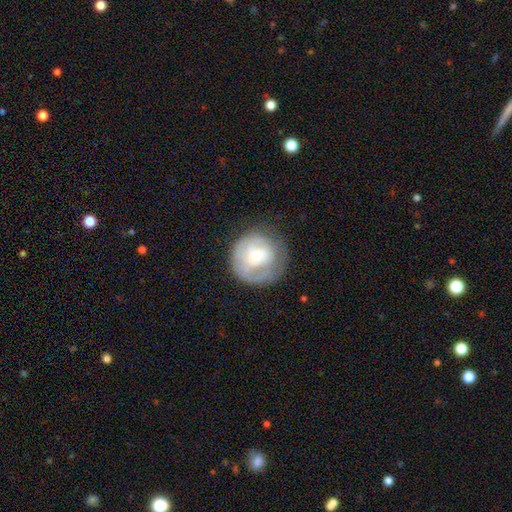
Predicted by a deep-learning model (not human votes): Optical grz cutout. It shows a featured or disk galaxy (49%). Merging: none (60%).